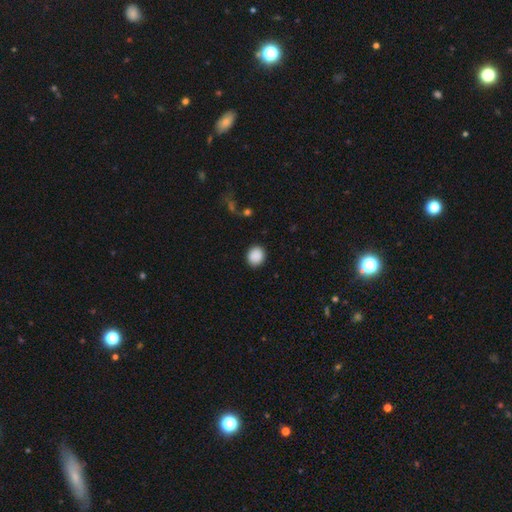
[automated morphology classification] smooth-or-featured: smooth: 89% | star or artifact: 8% | featured or disk: 3%
  how-rounded: round: 79% | in between: 20% | cigar-shaped: 1%
  merging: none: 90% | minor disturbance: 7% | major disturbance: 2% | merger: 1%